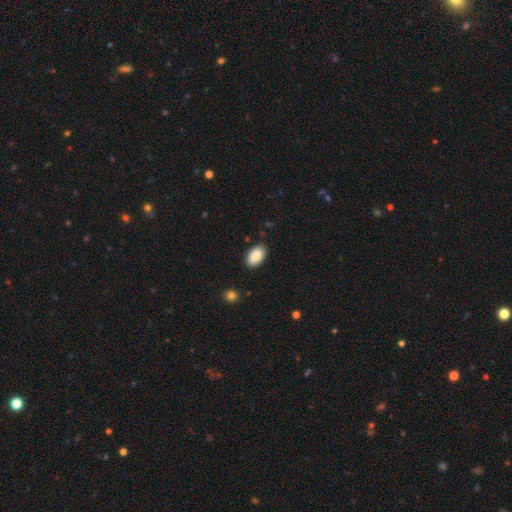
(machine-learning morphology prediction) This appears to be a smooth galaxy with no disk features (89%) that is in between round and cigar-shaped (94%). Merging: none (86%).